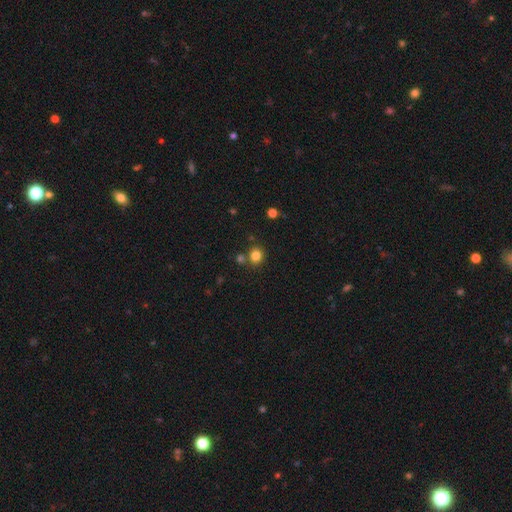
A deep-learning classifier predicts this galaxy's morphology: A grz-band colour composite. It shows a smooth galaxy with no disk features (82%) that is round (84%). Merging: none (75%).